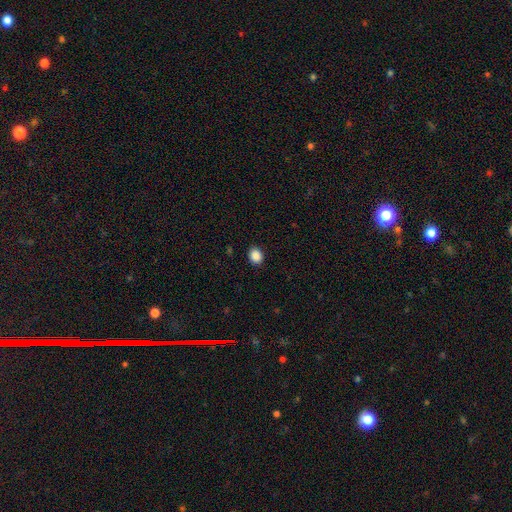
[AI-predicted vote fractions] Smooth or featured: smooth — 88% (star or artifact — 9%)
How rounded: round — 62% (in between — 37%)
Merging: none — 90% (minor disturbance — 7%)